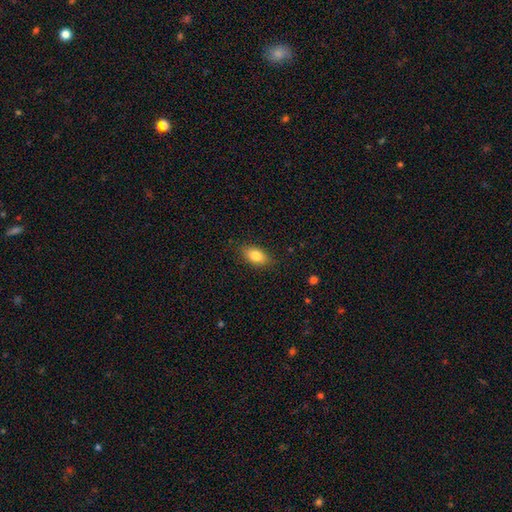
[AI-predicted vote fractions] The model was most divided on "smooth or featured": smooth: 83%, featured or disk: 9%, star or artifact: 8%. More confident: how rounded — in between (89%); merging — none (86%).